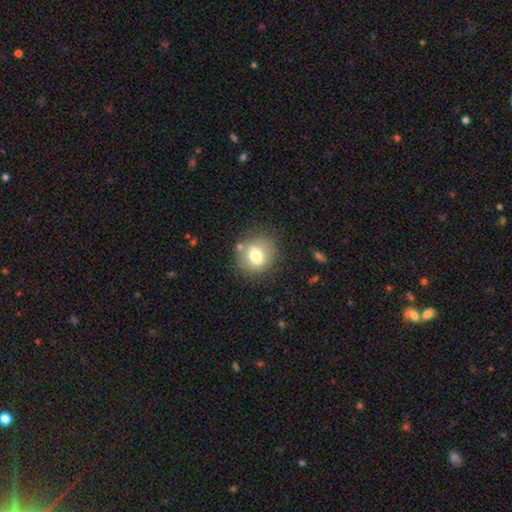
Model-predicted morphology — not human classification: The model was most divided on "smooth or featured": smooth: 65%, featured or disk: 25%, star or artifact: 10%. More confident: how rounded — round (76%); merging — none (75%).